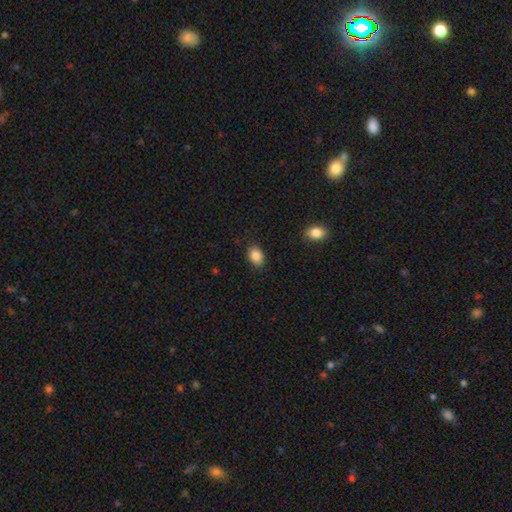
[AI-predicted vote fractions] Morphology: type=smooth (87%); roundness=in between (74%); merging=none (85%).